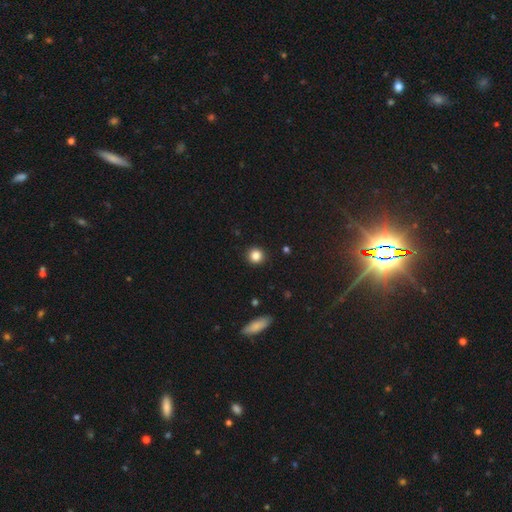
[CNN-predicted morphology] A smooth galaxy with no disk features (85%) that is round (92%). Merging: none (92%).